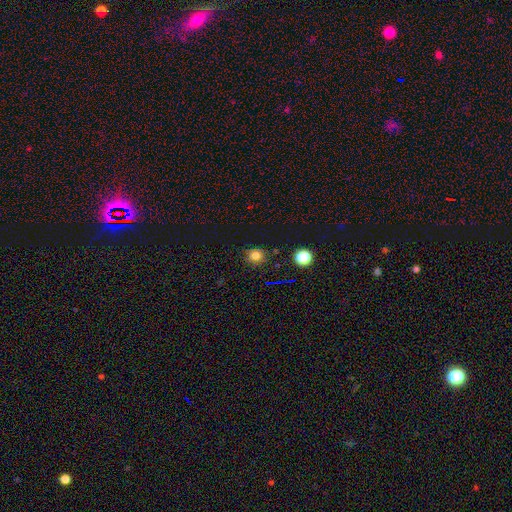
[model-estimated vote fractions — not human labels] Smooth or featured? smooth (77%)
How rounded? round (81%)
Merging? none (83%)